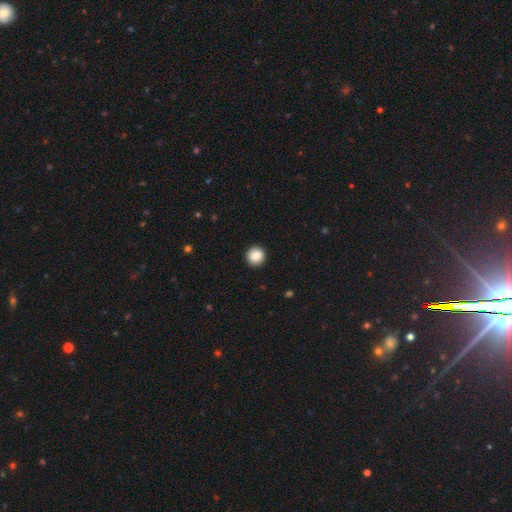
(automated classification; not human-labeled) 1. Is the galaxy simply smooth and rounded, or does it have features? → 86% smooth, 9% star or artifact, 6% featured or disk.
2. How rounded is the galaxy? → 93% round, 6% in between, 1% cigar-shaped.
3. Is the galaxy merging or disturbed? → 93% none, 4% minor disturbance, 2% major disturbance, 1% merger.